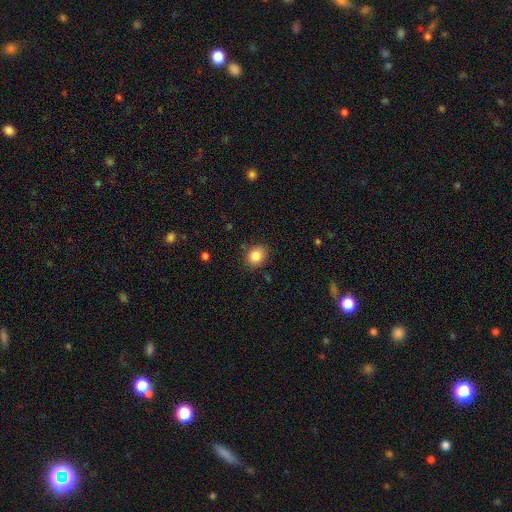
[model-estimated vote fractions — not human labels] Smooth or featured?
  - smooth: 84% *
  - star or artifact: 10%
  - featured or disk: 6%
How rounded?
  - round: 55% *
  - in between: 44%
  - cigar-shaped: 1%
Merging?
  - none: 86% *
  - minor disturbance: 10%
  - major disturbance: 3%
  - merger: 1%